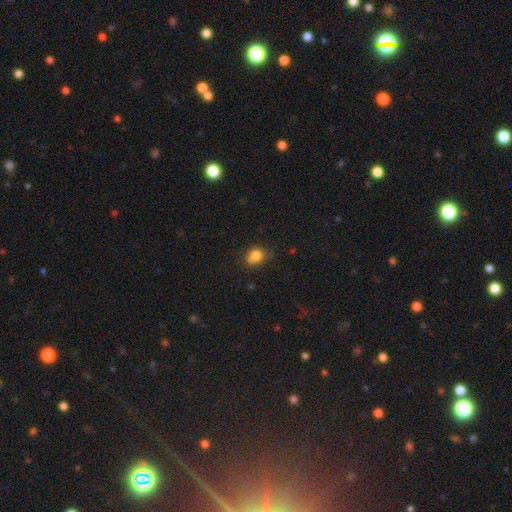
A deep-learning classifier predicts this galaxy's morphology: Smooth or featured?
  - smooth: 80% *
  - star or artifact: 12%
  - featured or disk: 8%
How rounded?
  - round: 65% *
  - in between: 34%
  - cigar-shaped: 1%
Merging?
  - none: 57% *
  - minor disturbance: 24%
  - merger: 12%
  - major disturbance: 7%